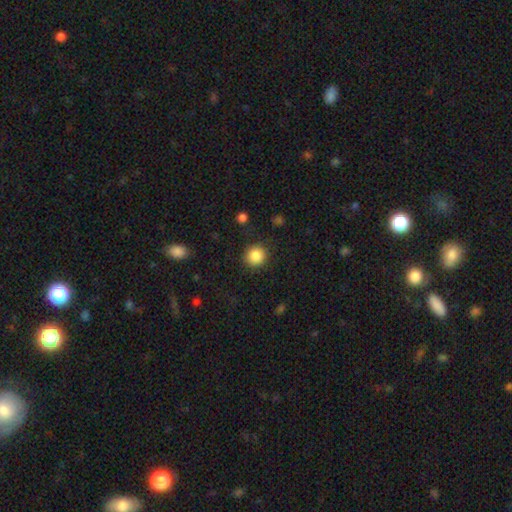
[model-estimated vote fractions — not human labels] Morphology: type=smooth (87%); roundness=round (93%); merging=none (88%).